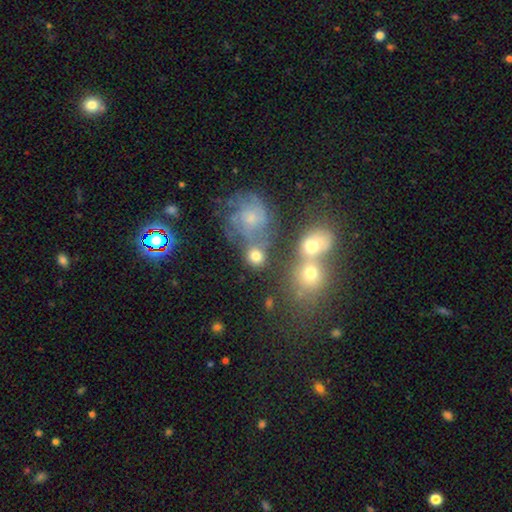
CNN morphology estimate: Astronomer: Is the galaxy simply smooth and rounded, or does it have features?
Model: smooth — 67%.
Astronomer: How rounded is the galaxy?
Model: round — 77%.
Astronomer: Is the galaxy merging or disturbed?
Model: none — 49% (runner-up: merger, 31%).